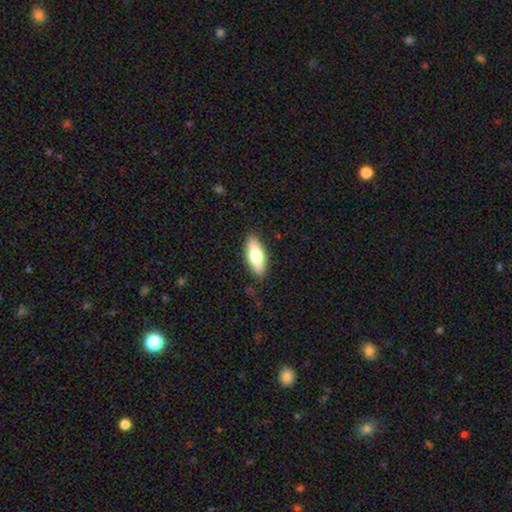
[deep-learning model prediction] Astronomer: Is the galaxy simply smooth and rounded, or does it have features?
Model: smooth — 67%.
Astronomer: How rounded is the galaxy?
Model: in between — 69%.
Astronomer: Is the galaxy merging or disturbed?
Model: none — 87%.